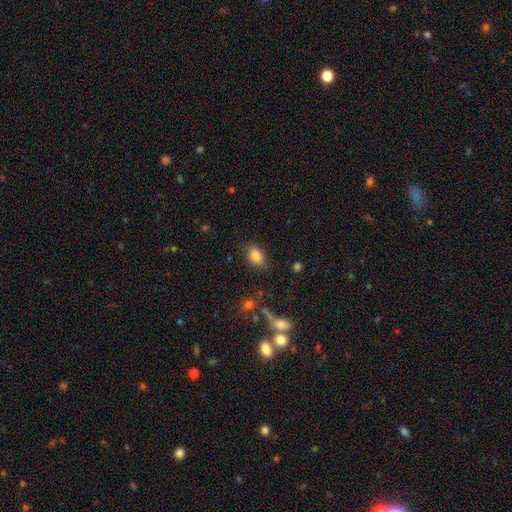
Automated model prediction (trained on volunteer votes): Q: Smooth or featured?
A: smooth (85%); runner-up: star or artifact (9%)
Q: How rounded?
A: in between (85%); runner-up: round (13%)
Q: Merging?
A: none (77%); runner-up: minor disturbance (16%)